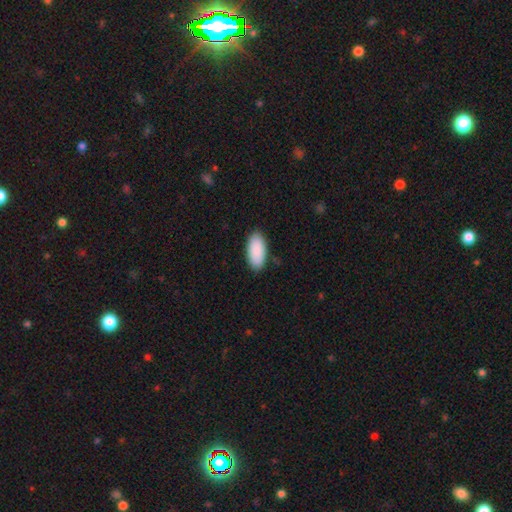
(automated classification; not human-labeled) Smooth or featured? smooth (90%)
How rounded? in between (94%)
Merging? none (87%)